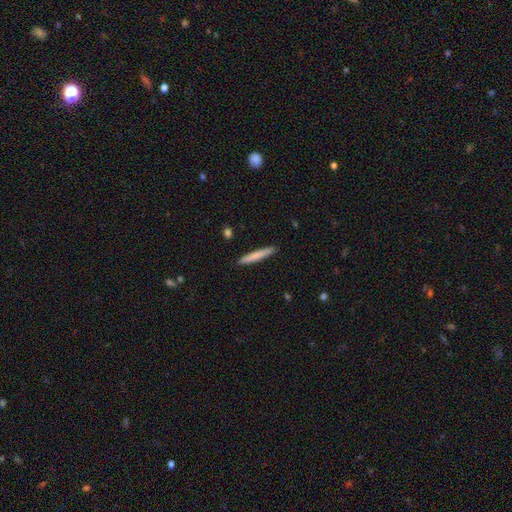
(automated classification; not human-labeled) This appears to be a smooth galaxy with no disk features (75%) that is cigar-shaped (95%). Merging: none (91%).